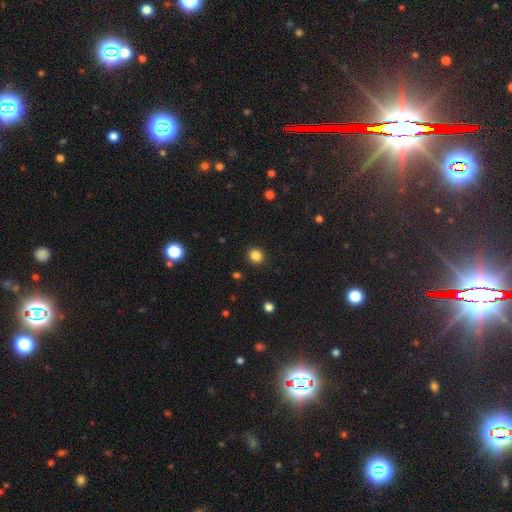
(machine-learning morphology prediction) Q: Smooth or featured?
A: smooth (84%); runner-up: star or artifact (12%)
Q: How rounded?
A: round (82%); runner-up: in between (17%)
Q: Merging?
A: none (91%); runner-up: minor disturbance (6%)